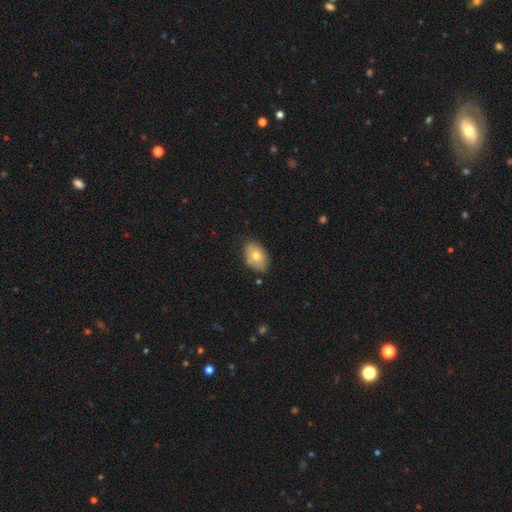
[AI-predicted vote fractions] Smooth or featured? Predicted: smooth (p=0.71). How rounded? Predicted: in between (p=0.86). Merging? Predicted: none (p=0.74).